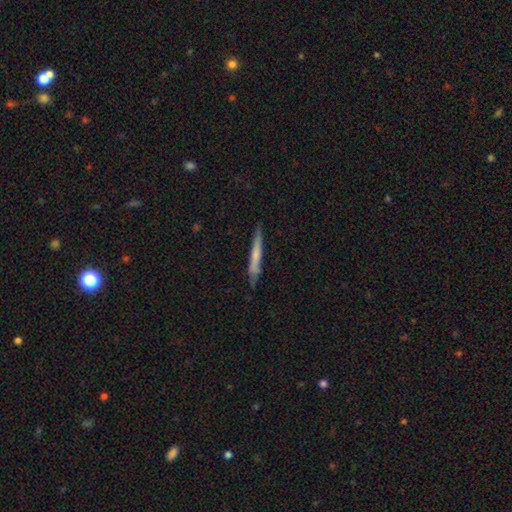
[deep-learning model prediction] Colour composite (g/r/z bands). It shows a smooth galaxy with no disk features (58%) that is cigar-shaped (96%). Merging: none (81%).